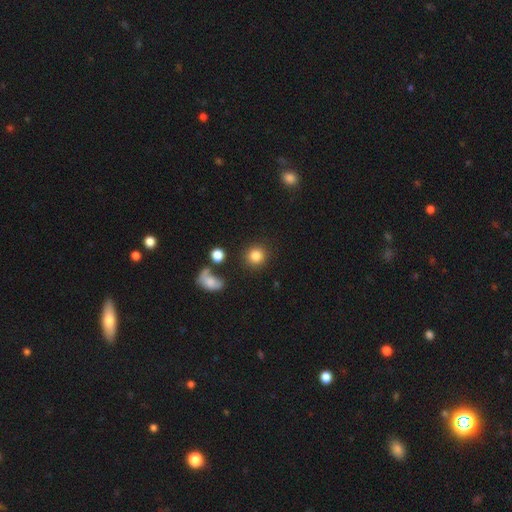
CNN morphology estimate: smooth_or_featured: smooth (p=0.83) [alt: star or artifact p=0.11]
how_rounded: round (p=0.88) [alt: in between p=0.11]
merging: none (p=0.83) [alt: minor disturbance p=0.08]